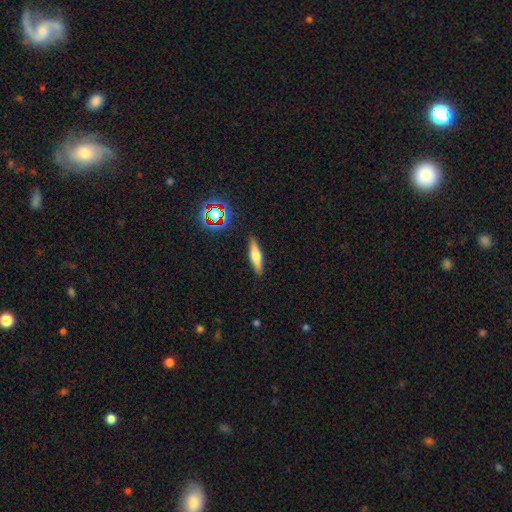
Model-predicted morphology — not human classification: Q: Smooth or featured?
A: smooth (49%); runner-up: featured or disk (42%)
Q: Merging?
A: none (88%); runner-up: minor disturbance (8%)